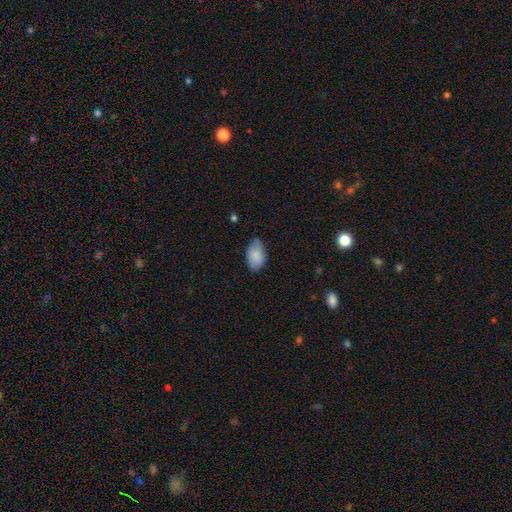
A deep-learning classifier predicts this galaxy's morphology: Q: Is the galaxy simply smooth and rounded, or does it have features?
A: smooth — 87%.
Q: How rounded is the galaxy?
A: in between — 93%.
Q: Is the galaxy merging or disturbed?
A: none — 71%.